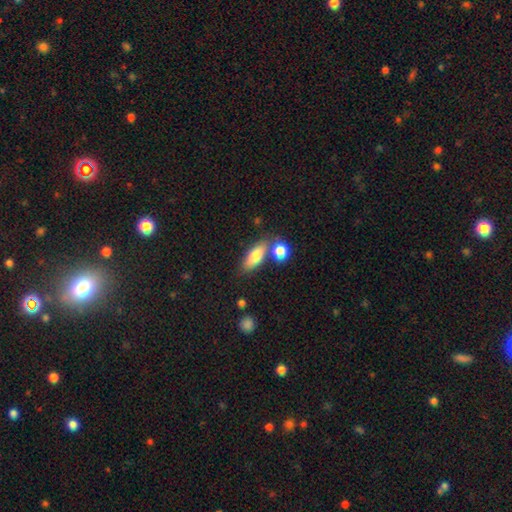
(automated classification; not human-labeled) Smooth or featured: smooth — 76% (featured or disk — 17%)
How rounded: in between — 70% (cigar-shaped — 25%)
Merging: none — 61% (merger — 23%)